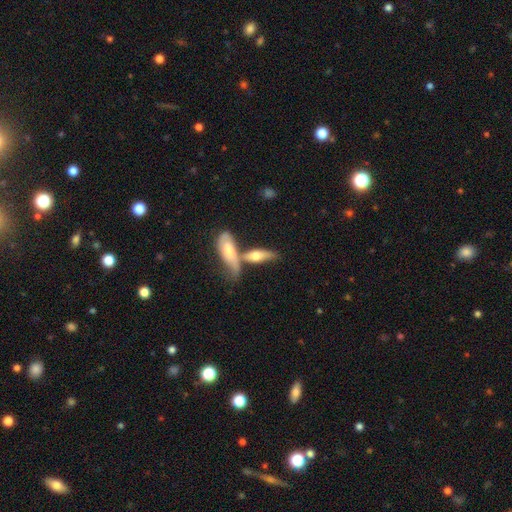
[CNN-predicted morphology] Smooth or featured? smooth (49%)
Merging? merger (47%)